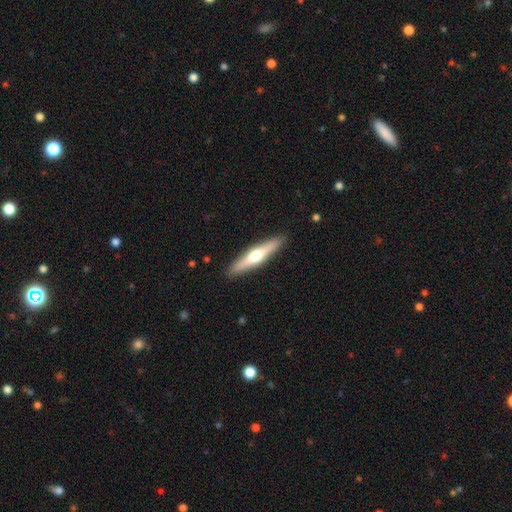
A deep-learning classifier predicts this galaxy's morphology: smooth_or_featured: featured or disk (p=0.53) [alt: smooth p=0.42]
disk_edge_on: yes (p=0.95) [alt: no p=0.05]
edge_on_bulge: rounded (p=0.91) [alt: none p=0.06]
merging: none (p=0.91) [alt: minor disturbance p=0.07]